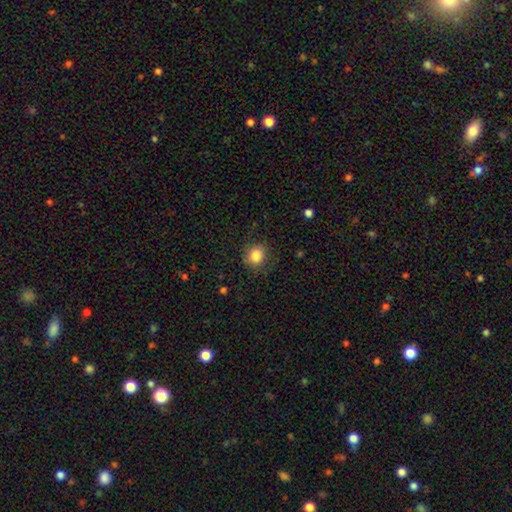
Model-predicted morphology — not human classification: Smooth or featured? Predicted: smooth (p=0.85). How rounded? Predicted: round (p=0.76). Merging? Predicted: none (p=0.83).